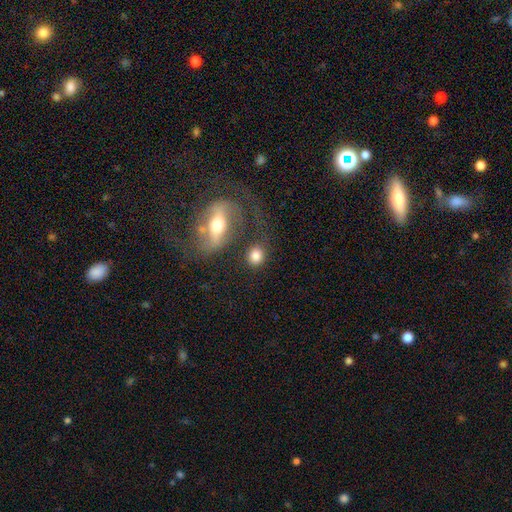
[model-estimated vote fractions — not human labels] The model was most divided on "how rounded": round: 71%, in between: 26%, cigar-shaped: 3%. More confident: smooth or featured — smooth (77%); merging — none (69%).